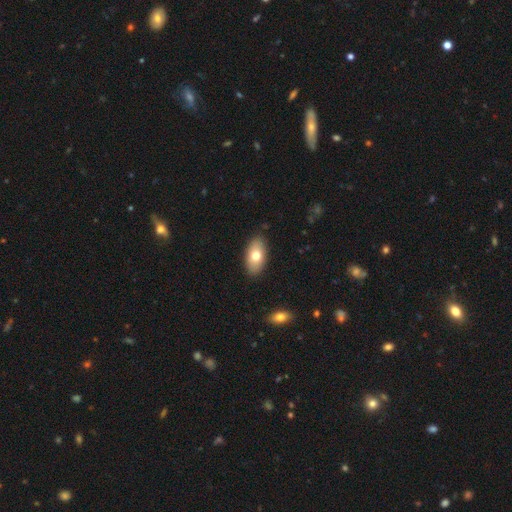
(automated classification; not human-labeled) Q: Smooth or featured?
A: smooth (72%); runner-up: featured or disk (21%)
Q: How rounded?
A: in between (93%); runner-up: round (4%)
Q: Merging?
A: none (87%); runner-up: minor disturbance (10%)